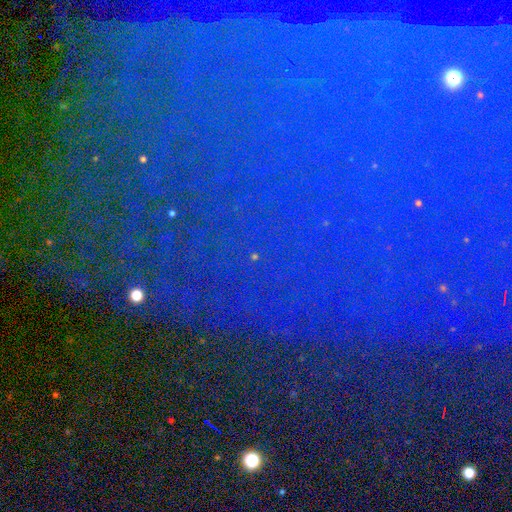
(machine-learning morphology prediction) Smooth or featured? Predicted: star or artifact (p=0.83).